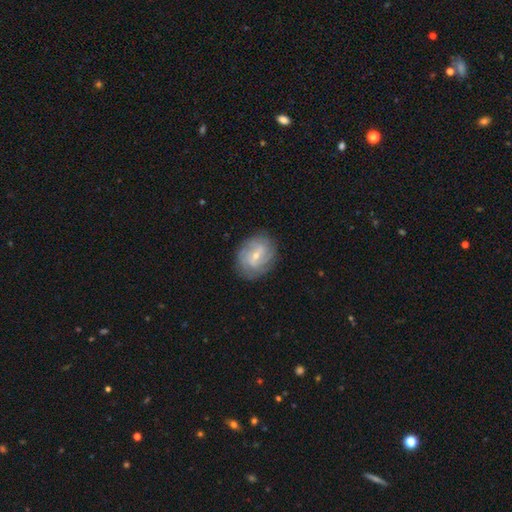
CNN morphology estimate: A featured or disk galaxy (74%) with a weak bar (52%), tight (55%) spiral arms (90%) and a small central bulge (65%). Merging: none (81%).